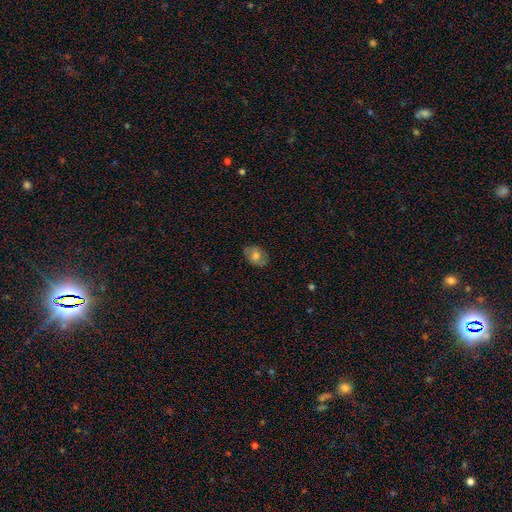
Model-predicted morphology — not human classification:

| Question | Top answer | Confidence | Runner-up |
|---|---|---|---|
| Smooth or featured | smooth | 67% | featured or disk (25%) |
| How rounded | in between | 74% | round (25%) |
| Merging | none | 78% | minor disturbance (16%) |